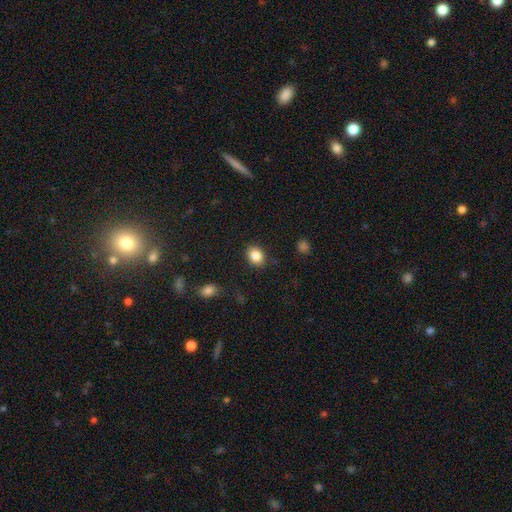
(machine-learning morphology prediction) This is clearly a smooth galaxy (86%). How rounded: possibly in between (56%). Merging: clearly none (87%).